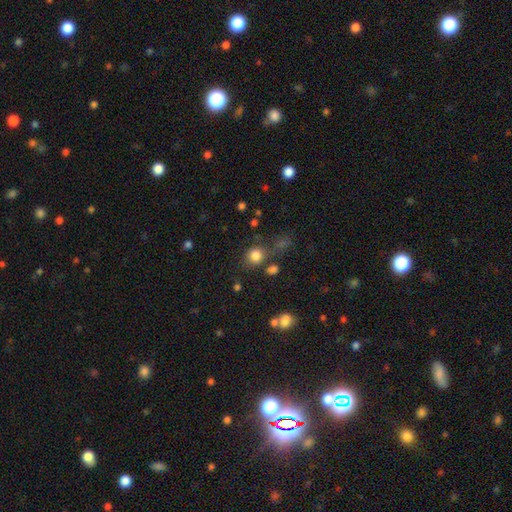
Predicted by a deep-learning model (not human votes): smooth_or_featured: smooth (p=0.81) [alt: star or artifact p=0.12]
how_rounded: round (p=0.79) [alt: in between p=0.20]
merging: none (p=0.65) [alt: minor disturbance p=0.15]